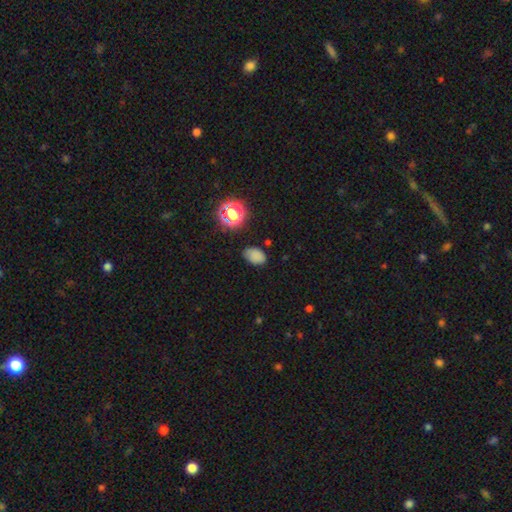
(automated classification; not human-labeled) Smooth or featured: smooth — 76% (star or artifact — 16%)
How rounded: in between — 77% (round — 22%)
Merging: none — 69% (minor disturbance — 23%)